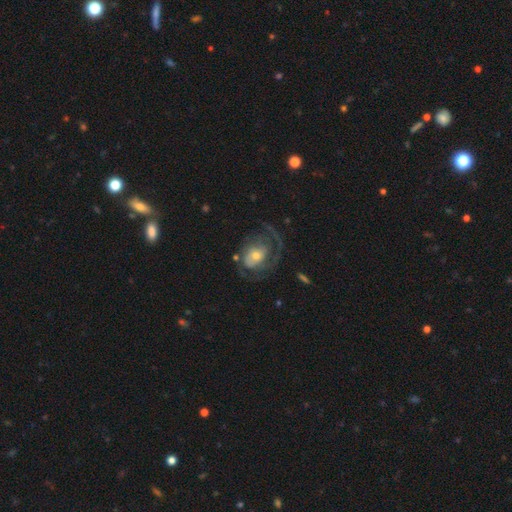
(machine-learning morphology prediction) Smooth or featured: featured or disk — 74% (smooth — 19%)
Edge-on disk: no — 97% (yes — 3%)
Bar: no — 67% (weak — 26%)
Spiral arms: yes — 83% (no — 17%)
Spiral winding: medium — 40% (tight — 35%)
Spiral arm count: 2 — 37% (1 — 28%)
Bulge size: moderate — 51% (small — 39%)
Merging: none — 46% (major disturbance — 33%)